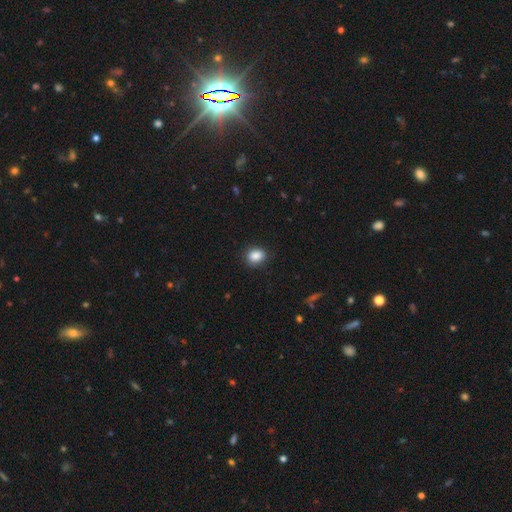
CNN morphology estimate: The model was most divided on "how rounded": round: 53%, in between: 46%, cigar-shaped: 1%. More confident: smooth or featured — smooth (88%); merging — none (85%).